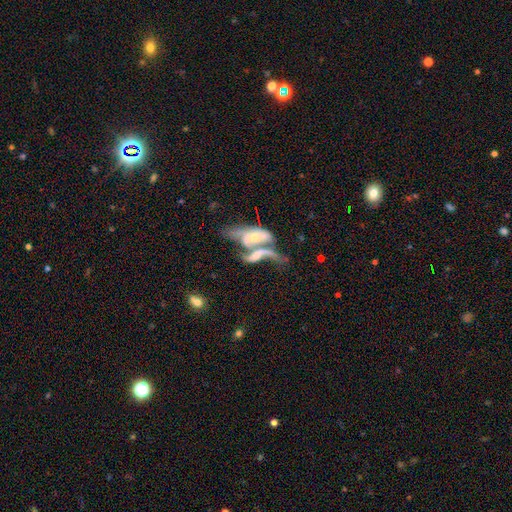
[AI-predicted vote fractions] Q: Smooth or featured?
A: featured or disk (67%); runner-up: smooth (25%)
Q: Edge-on disk?
A: no (87%); runner-up: yes (13%)
Q: Bar?
A: no (63%); runner-up: weak (26%)
Q: Spiral arms?
A: yes (70%); runner-up: no (30%)
Q: Bulge size?
A: small (48%); runner-up: moderate (34%)
Q: Merging?
A: merger (73%); runner-up: major disturbance (12%)